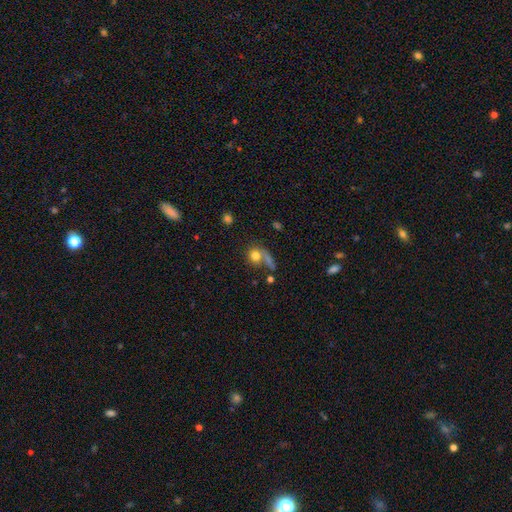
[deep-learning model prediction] This appears to be a smooth galaxy with no disk features (74%) that is round (77%). Merging: none (42%).